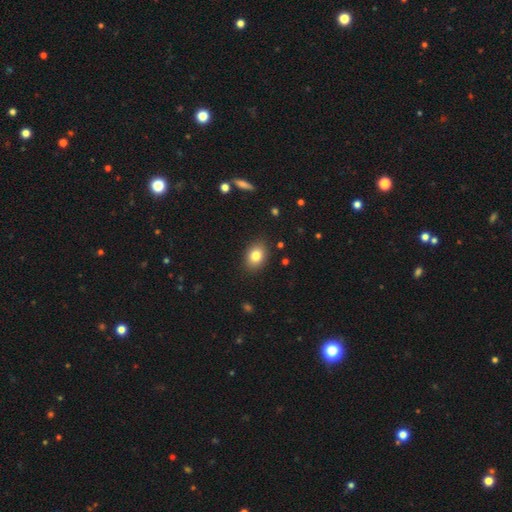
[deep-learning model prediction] smooth_or_featured: smooth (p=0.82) [alt: star or artifact p=0.09]
how_rounded: in between (p=0.71) [alt: round p=0.27]
merging: none (p=0.87) [alt: minor disturbance p=0.09]